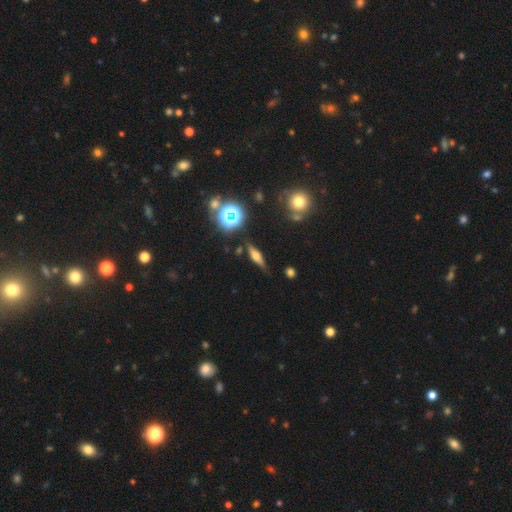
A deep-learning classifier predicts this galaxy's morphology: This is possibly a featured or disk galaxy (47%). Merging: likely none (76%).